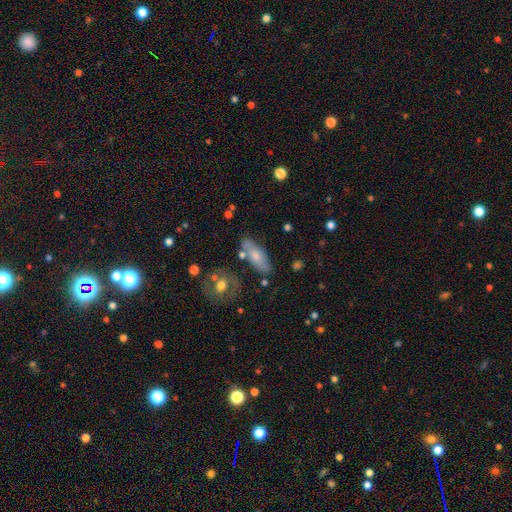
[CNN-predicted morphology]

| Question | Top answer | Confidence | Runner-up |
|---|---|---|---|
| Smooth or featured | smooth | 60% | featured or disk (33%) |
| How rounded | in between | 74% | cigar-shaped (21%) |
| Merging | none | 69% | minor disturbance (18%) |